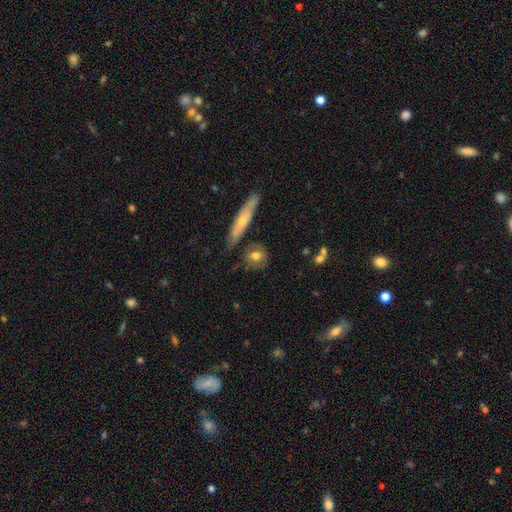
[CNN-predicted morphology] Smooth or featured?
  - smooth: 65% *
  - featured or disk: 27%
  - star or artifact: 7%
How rounded?
  - round: 63% *
  - in between: 27%
  - cigar-shaped: 9%
Merging?
  - none: 69% *
  - minor disturbance: 17%
  - merger: 8%
  - major disturbance: 5%